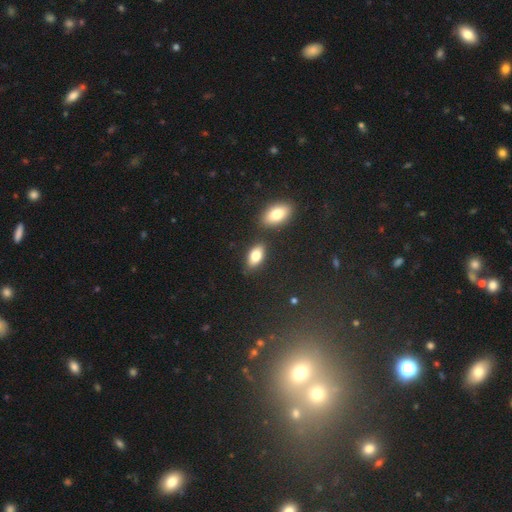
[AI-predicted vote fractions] Smooth or featured?
  - smooth: 80% *
  - featured or disk: 13%
  - star or artifact: 8%
How rounded?
  - in between: 90% *
  - cigar-shaped: 5%
  - round: 5%
Merging?
  - none: 78% *
  - minor disturbance: 10%
  - merger: 9%
  - major disturbance: 3%